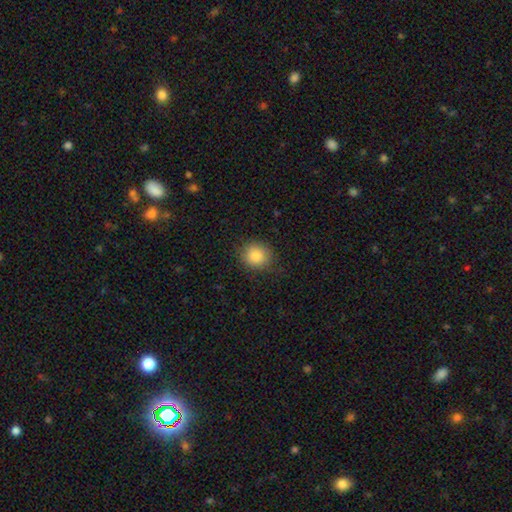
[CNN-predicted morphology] Smooth or featured?
  - smooth: 85% *
  - star or artifact: 9%
  - featured or disk: 6%
How rounded?
  - round: 83% *
  - in between: 16%
  - cigar-shaped: 1%
Merging?
  - none: 84% *
  - minor disturbance: 12%
  - major disturbance: 3%
  - merger: 1%